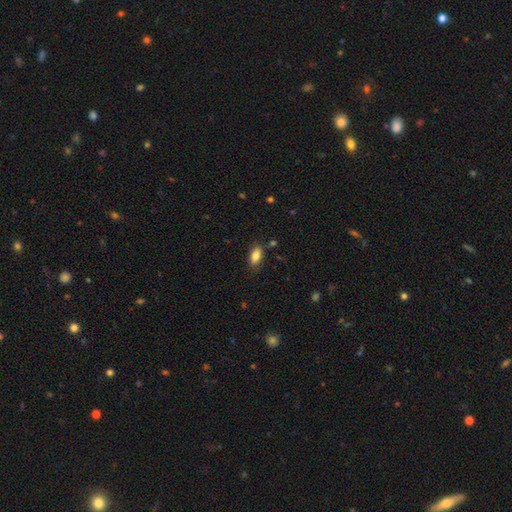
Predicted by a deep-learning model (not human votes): A smooth galaxy with no disk features (81%) that is in between round and cigar-shaped (89%). Merging: none (82%).